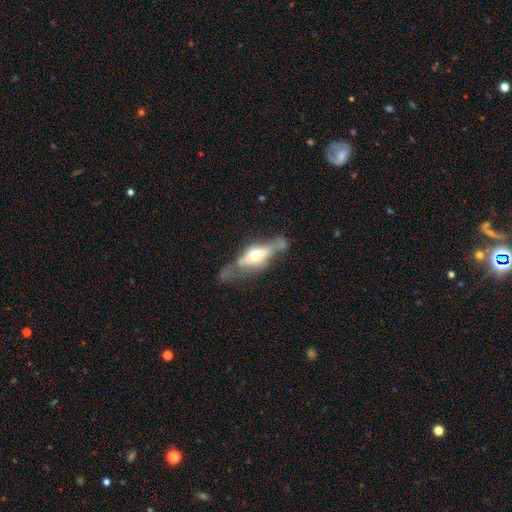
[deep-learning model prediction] This appears to be a featured or disk galaxy (68%) viewed edge-on (75%) with a rounded central bulge (89%). Merging: none (45%).